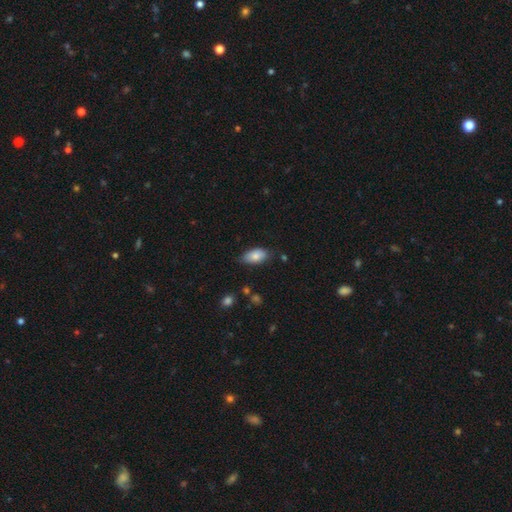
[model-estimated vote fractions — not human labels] A smooth galaxy with no disk features (81%) that is in between round and cigar-shaped (93%). Merging: none (72%).